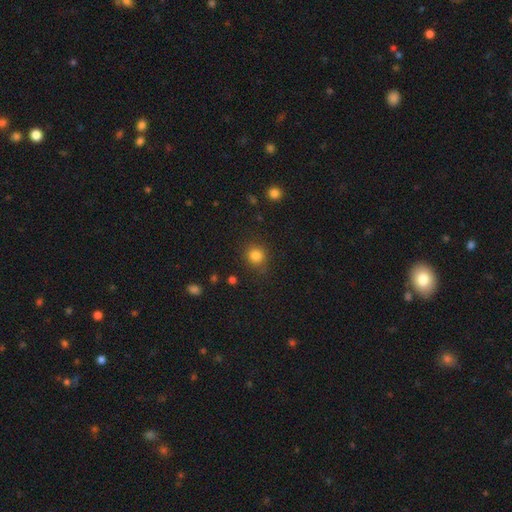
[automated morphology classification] smooth-or-featured: smooth: 84% | star or artifact: 12% | featured or disk: 5%
  how-rounded: round: 84% | in between: 15% | cigar-shaped: 1%
  merging: none: 82% | minor disturbance: 12% | major disturbance: 4% | merger: 2%